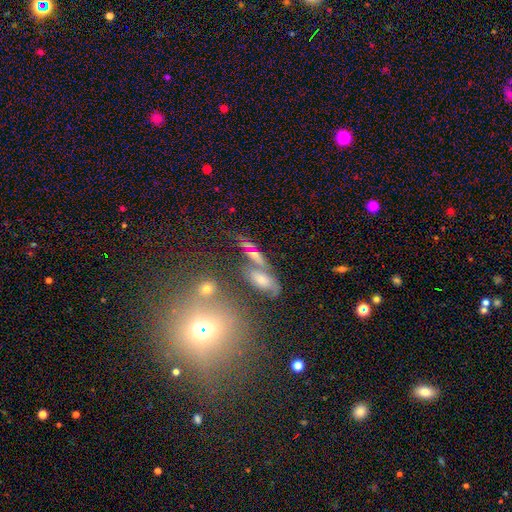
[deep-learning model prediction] This is possibly a smooth galaxy (48%). Merging: marginally none (40%).